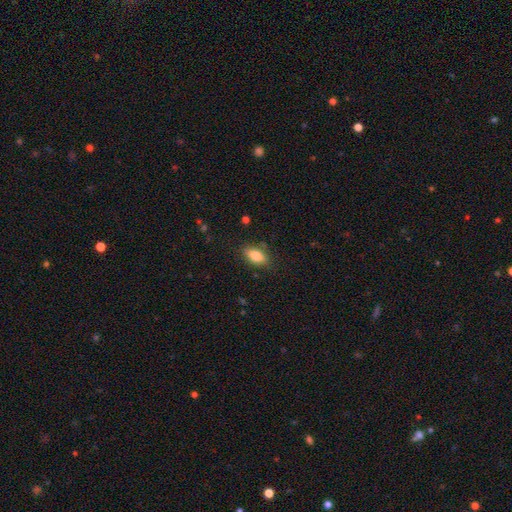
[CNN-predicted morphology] type=smooth (82%); roundness=in between (87%); merging=none (82%).